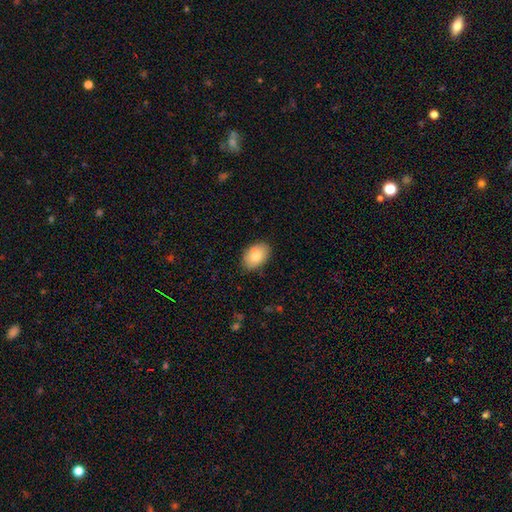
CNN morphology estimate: Smooth or featured: smooth — 78% (featured or disk — 15%)
How rounded: in between — 85% (round — 14%)
Merging: none — 83% (minor disturbance — 12%)